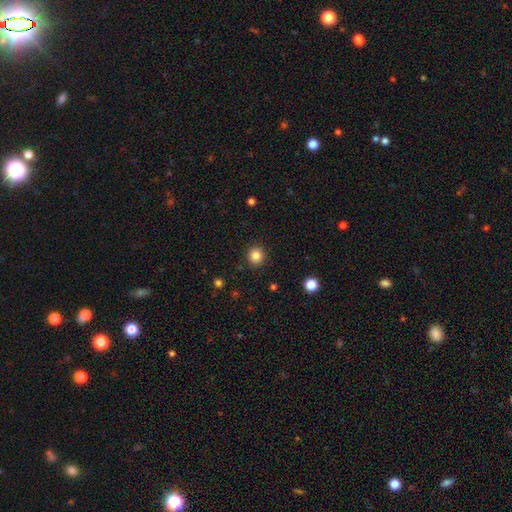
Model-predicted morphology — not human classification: Q: Smooth or featured?
A: smooth (84%); runner-up: star or artifact (11%)
Q: How rounded?
A: round (91%); runner-up: in between (8%)
Q: Merging?
A: none (91%); runner-up: minor disturbance (6%)